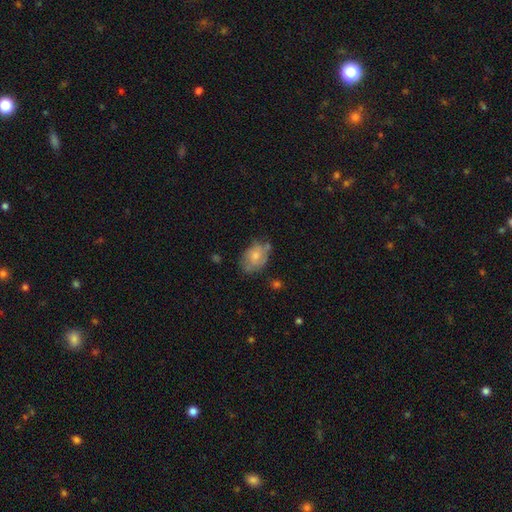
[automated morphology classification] Smooth or featured? smooth (57%)
How rounded? in between (78%)
Merging? none (50%)